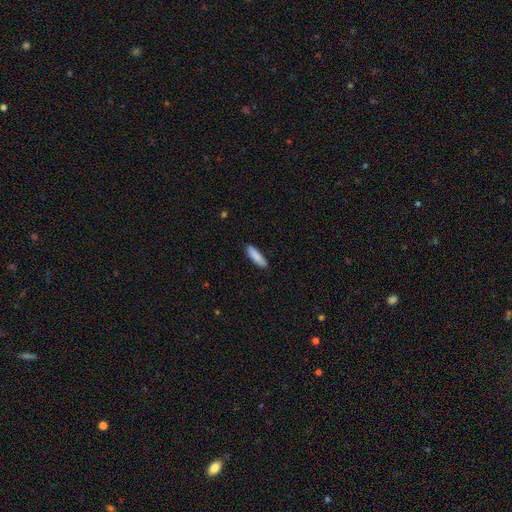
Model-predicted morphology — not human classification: smooth 88%, featured or disk 6%, star or artifact 6%. Down the decision tree: how rounded — cigar-shaped (69%); merging — none (87%).